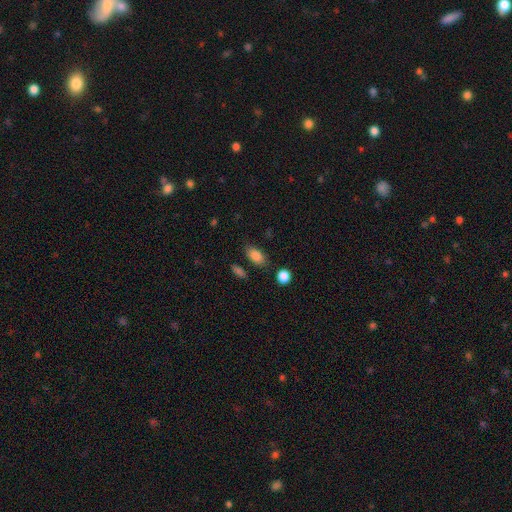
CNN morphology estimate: Smooth or featured?
  - smooth: 85% *
  - star or artifact: 9%
  - featured or disk: 6%
How rounded?
  - in between: 88% *
  - round: 8%
  - cigar-shaped: 4%
Merging?
  - none: 79% *
  - minor disturbance: 13%
  - merger: 5%
  - major disturbance: 4%